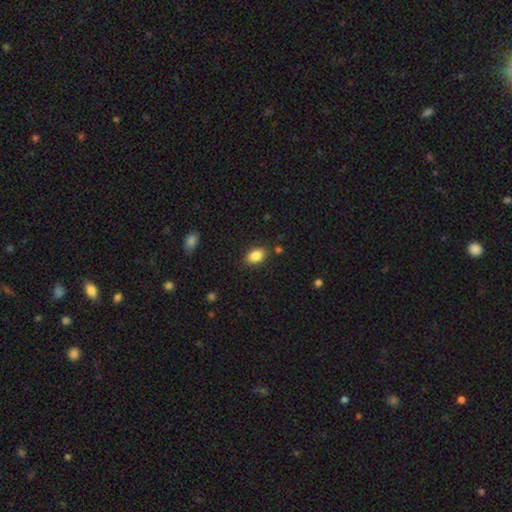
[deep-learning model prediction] Q: Smooth or featured?
A: smooth (86%); runner-up: star or artifact (8%)
Q: How rounded?
A: in between (88%); runner-up: round (11%)
Q: Merging?
A: none (85%); runner-up: minor disturbance (10%)